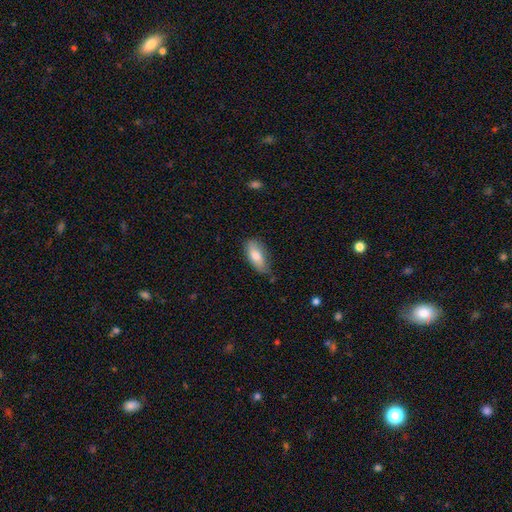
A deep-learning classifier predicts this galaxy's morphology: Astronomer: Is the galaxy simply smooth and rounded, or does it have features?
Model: smooth — 77%.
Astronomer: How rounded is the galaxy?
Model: in between — 79%.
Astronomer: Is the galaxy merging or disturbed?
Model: none — 69%.